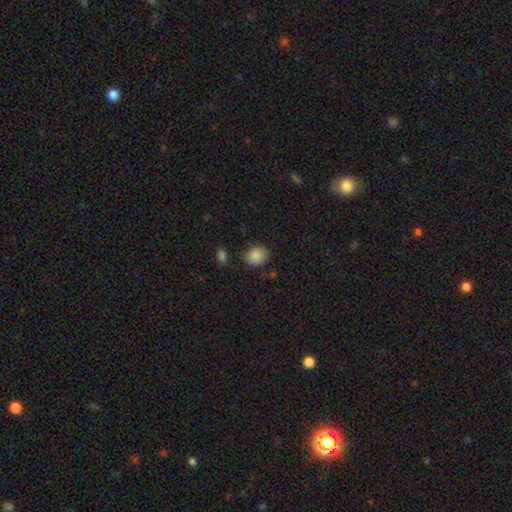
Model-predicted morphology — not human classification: Smooth or featured?
  - smooth: 87% *
  - star or artifact: 8%
  - featured or disk: 4%
How rounded?
  - round: 54% *
  - in between: 45%
  - cigar-shaped: 1%
Merging?
  - none: 78% *
  - minor disturbance: 16%
  - major disturbance: 4%
  - merger: 3%